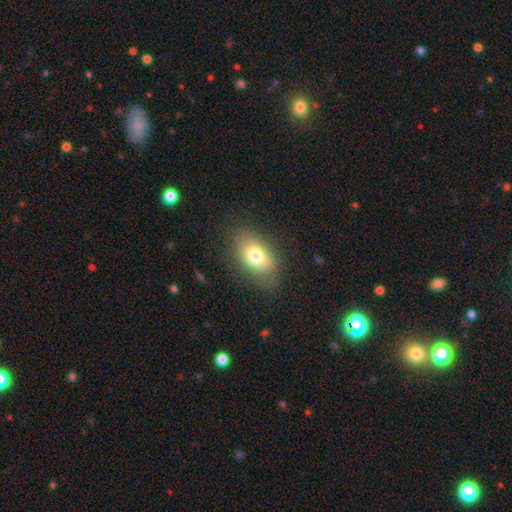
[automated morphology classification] Overall: smooth (75%). How rounded: in between (86%). Merging: none (74%).